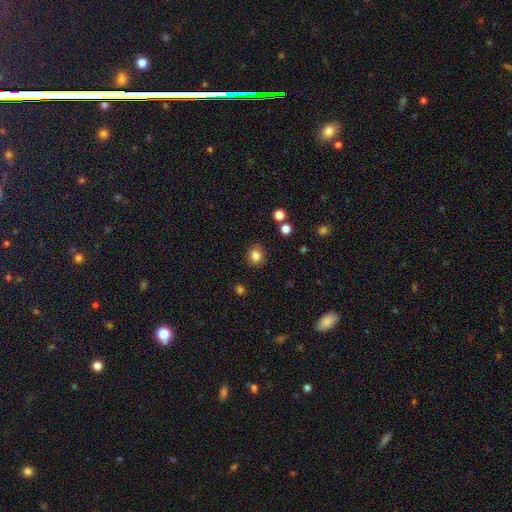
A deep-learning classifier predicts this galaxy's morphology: This is clearly a smooth galaxy (83%). How rounded: clearly round (80%). Merging: clearly none (87%).